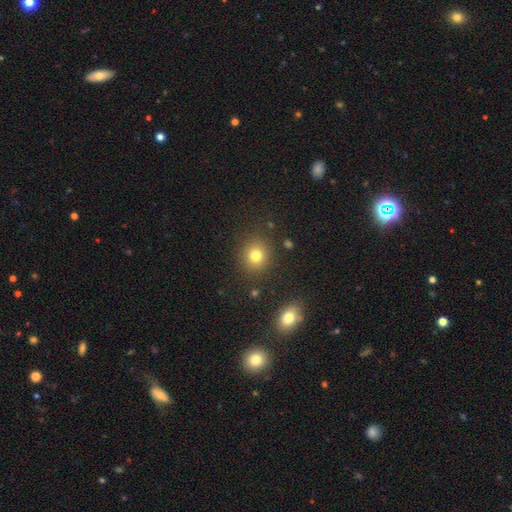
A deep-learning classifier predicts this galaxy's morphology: This is likely a smooth galaxy (78%). How rounded: clearly round (81%). Merging: clearly none (86%).